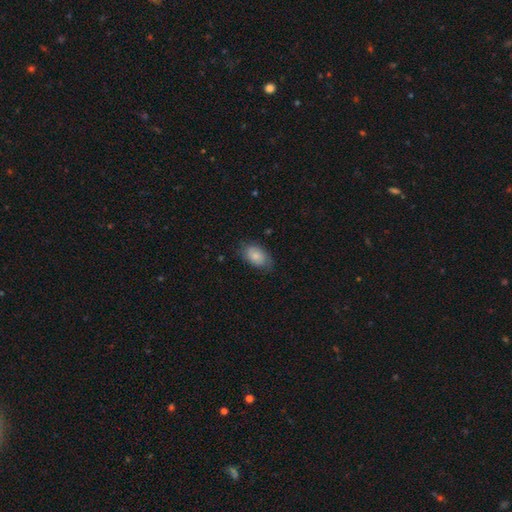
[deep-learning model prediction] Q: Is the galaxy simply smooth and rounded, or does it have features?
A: smooth — 76%.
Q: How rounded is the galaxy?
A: in between — 89%.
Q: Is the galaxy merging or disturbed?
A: none — 67%.